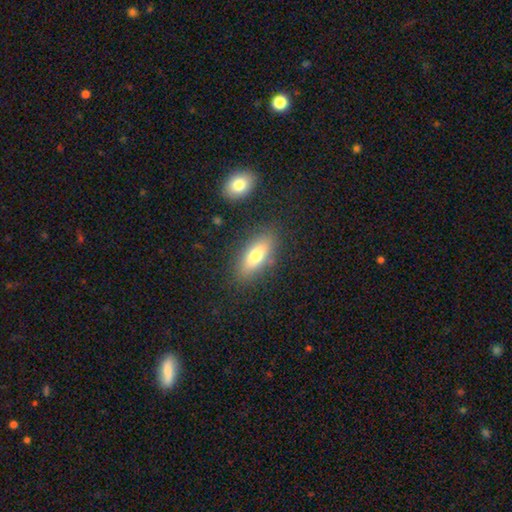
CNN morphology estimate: Overall: smooth (72%). How rounded: in between (75%). Merging: none (82%).